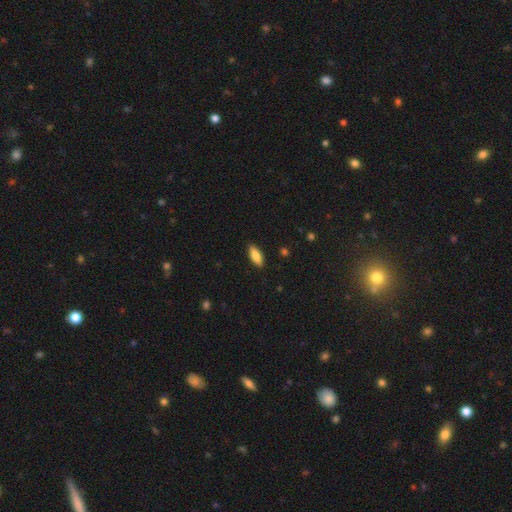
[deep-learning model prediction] Smooth or featured? Predicted: smooth (p=0.80). How rounded? Predicted: in between (p=0.68). Merging? Predicted: none (p=0.88).